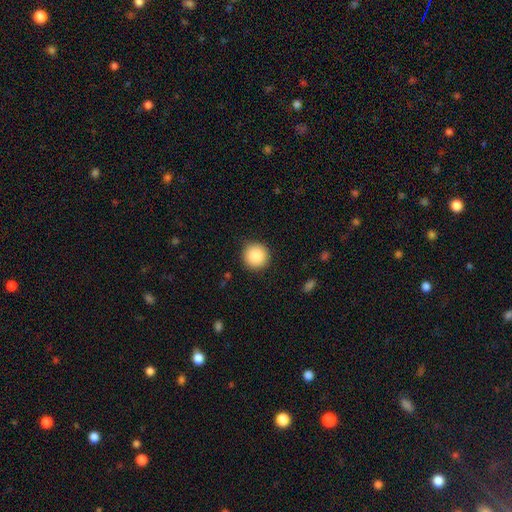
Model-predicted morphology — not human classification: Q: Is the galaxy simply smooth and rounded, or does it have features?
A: smooth — 87%.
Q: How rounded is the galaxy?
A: round — 95%.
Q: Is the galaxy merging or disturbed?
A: none — 90%.